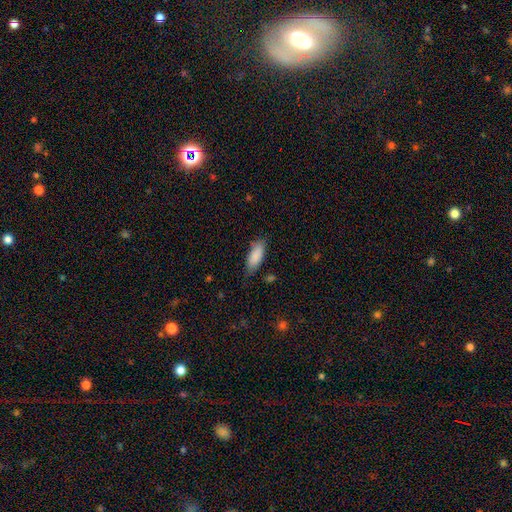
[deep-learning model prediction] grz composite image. It shows a smooth galaxy with no disk features (87%) that is in between round and cigar-shaped (76%). Merging: none (76%).